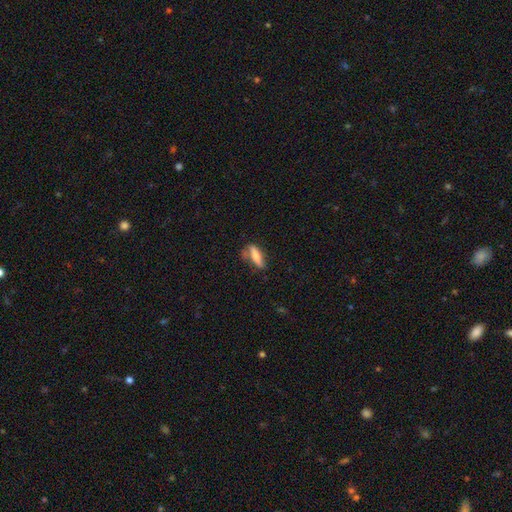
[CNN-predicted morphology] The model was most divided on "how rounded": cigar-shaped: 58%, in between: 40%, round: 2%. More confident: smooth or featured — smooth (66%); merging — none (58%).